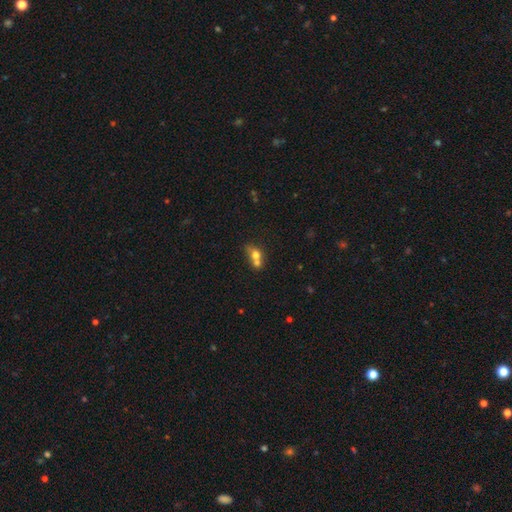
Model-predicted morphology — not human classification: The model was most divided on "how rounded": round: 52%, in between: 45%, cigar-shaped: 3%. More confident: smooth or featured — smooth (68%); merging — merger (65%).